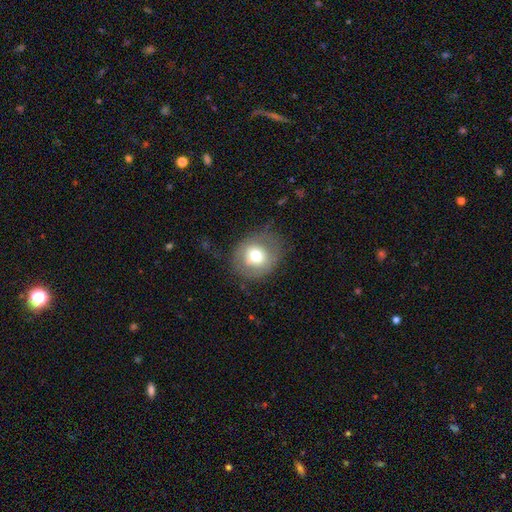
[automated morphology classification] A smooth galaxy with no disk features (64%) that is round (73%). Merging: none (70%).